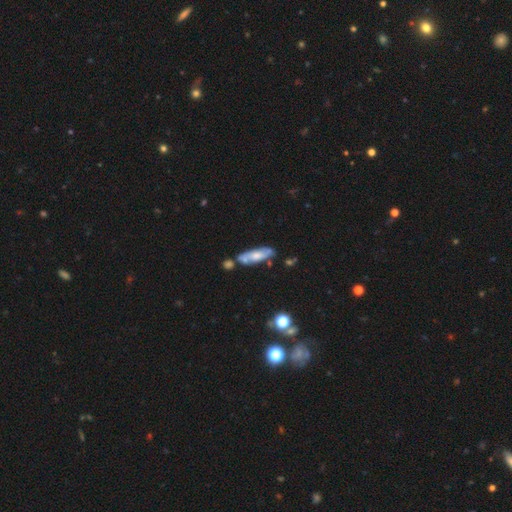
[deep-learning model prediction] Overall: featured or disk (51%; smooth 42%). Edge-on disk: no (68%; yes 32%). Merging: none (61%).